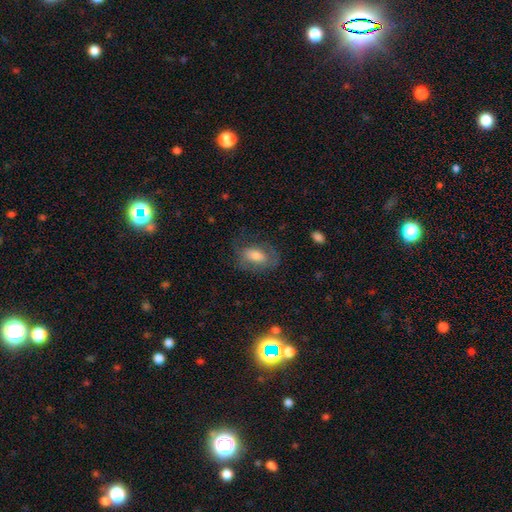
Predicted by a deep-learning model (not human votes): The model was most divided on "smooth or featured": smooth: 51%, featured or disk: 36%, star or artifact: 14%. More confident: how rounded — in between (84%); merging — none (64%).